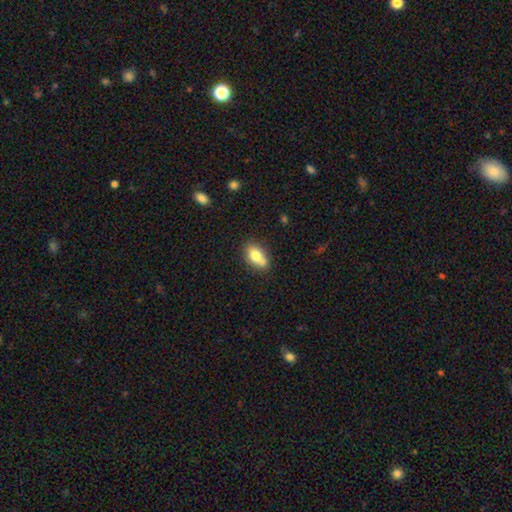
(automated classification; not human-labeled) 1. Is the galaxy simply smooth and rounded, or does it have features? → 74% smooth, 17% featured or disk, 9% star or artifact.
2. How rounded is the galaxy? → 79% in between, 19% round, 3% cigar-shaped.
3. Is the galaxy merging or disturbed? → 51% none, 28% merger, 16% minor disturbance, 4% major disturbance.